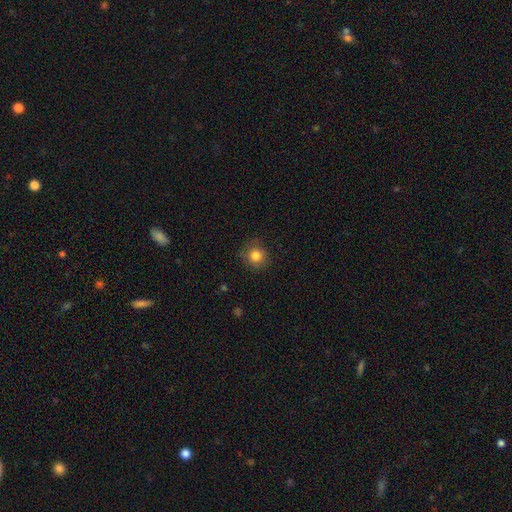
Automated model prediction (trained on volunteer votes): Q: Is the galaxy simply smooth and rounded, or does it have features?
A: smooth — 83%.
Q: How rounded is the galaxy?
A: round — 89%.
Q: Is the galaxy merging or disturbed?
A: none — 81%.